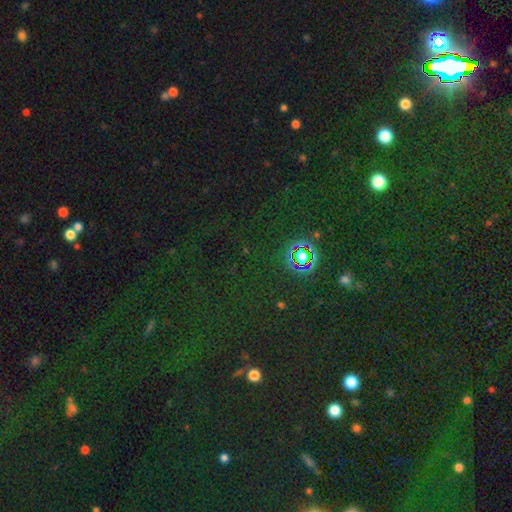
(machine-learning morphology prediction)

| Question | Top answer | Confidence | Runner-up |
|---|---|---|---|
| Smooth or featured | star or artifact | 74% | smooth (19%) |